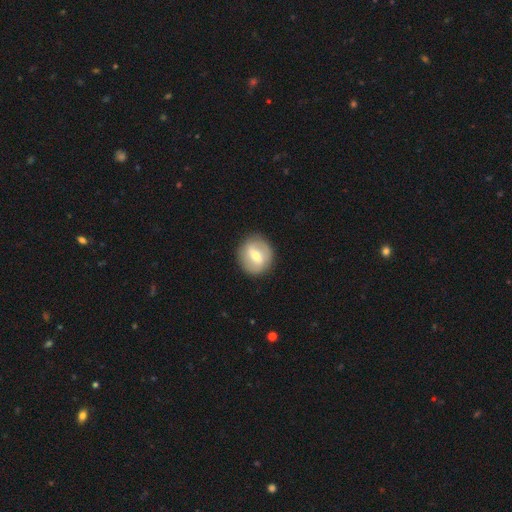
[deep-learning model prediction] A featured or disk galaxy (49%). Merging: none (88%).